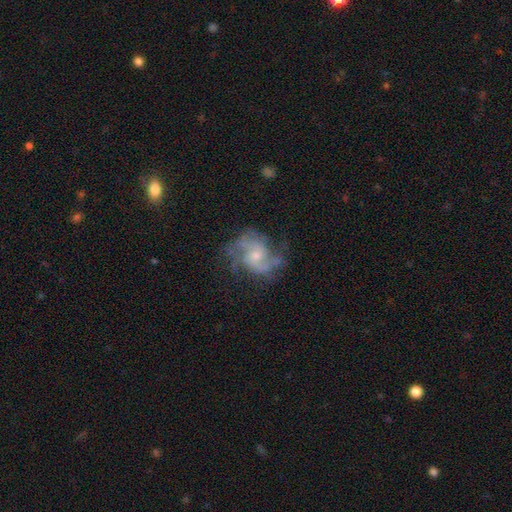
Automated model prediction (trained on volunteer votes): Smooth or featured?
  - featured or disk: 83% *
  - smooth: 10%
  - star or artifact: 7%
Edge-on disk?
  - no: 98% *
  - yes: 2%
Bar?
  - no: 59% *
  - weak: 35%
  - strong: 6%
Spiral arms?
  - yes: 94% *
  - no: 6%
Spiral winding?
  - medium: 52% *
  - loose: 26%
  - tight: 22%
Spiral arm count?
  - 2: 68% *
  - can't tell: 12%
  - 3: 11%
  - 1: 4%
  - 4: 3%
  - more than 4: 3%
Bulge size?
  - small: 54% *
  - moderate: 39%
  - none: 4%
  - large: 3%
  - dominant: 1%
Merging?
  - none: 62% *
  - minor disturbance: 21%
  - major disturbance: 16%
  - merger: 2%